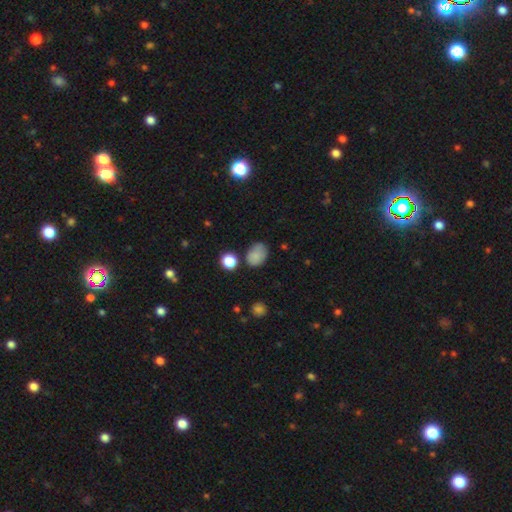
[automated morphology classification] This appears to be a smooth galaxy with no disk features (81%) that is in between round and cigar-shaped (63%). Merging: none (59%).